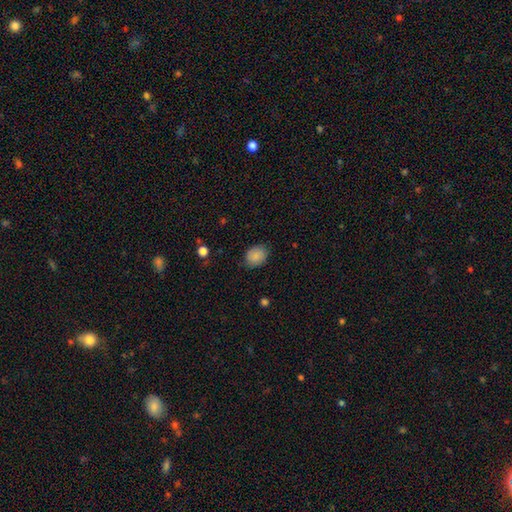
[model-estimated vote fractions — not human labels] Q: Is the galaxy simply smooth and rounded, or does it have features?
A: smooth — 86%.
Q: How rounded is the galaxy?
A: round — 52%.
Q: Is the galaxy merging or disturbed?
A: none — 79%.